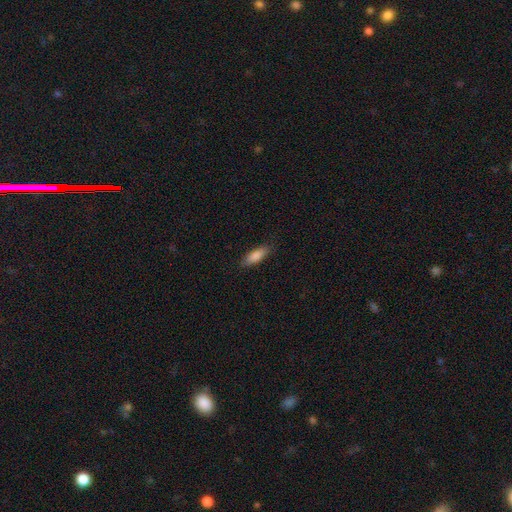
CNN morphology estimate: Smooth or featured? Predicted: smooth (p=0.85). How rounded? Predicted: in between (p=0.55). Merging? Predicted: none (p=0.86).